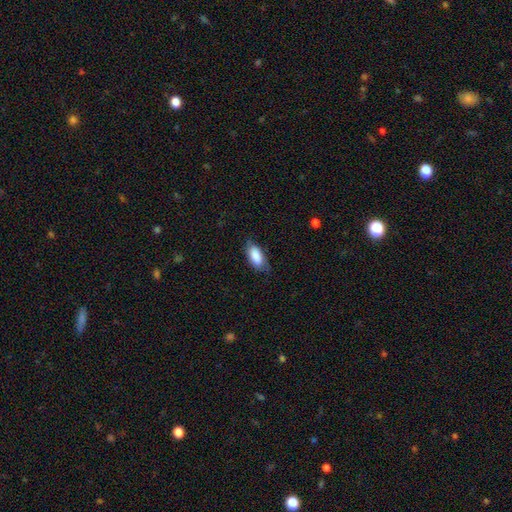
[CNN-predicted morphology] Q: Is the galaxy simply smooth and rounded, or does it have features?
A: smooth — 84%.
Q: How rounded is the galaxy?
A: in between — 89%.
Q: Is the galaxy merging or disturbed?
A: none — 71%.